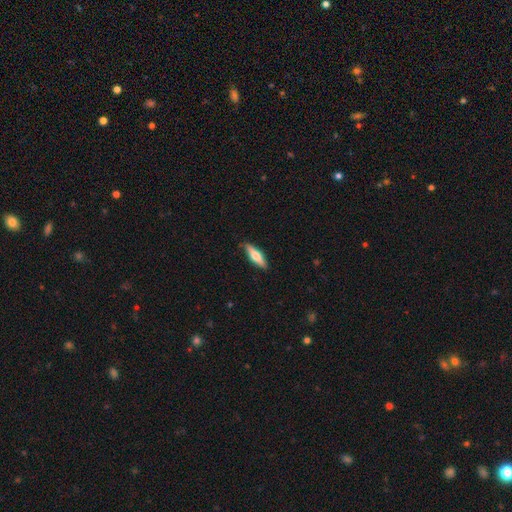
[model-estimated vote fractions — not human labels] Q: Smooth or featured?
A: smooth (55%); runner-up: featured or disk (40%)
Q: How rounded?
A: cigar-shaped (64%); runner-up: in between (34%)
Q: Merging?
A: none (87%); runner-up: minor disturbance (10%)